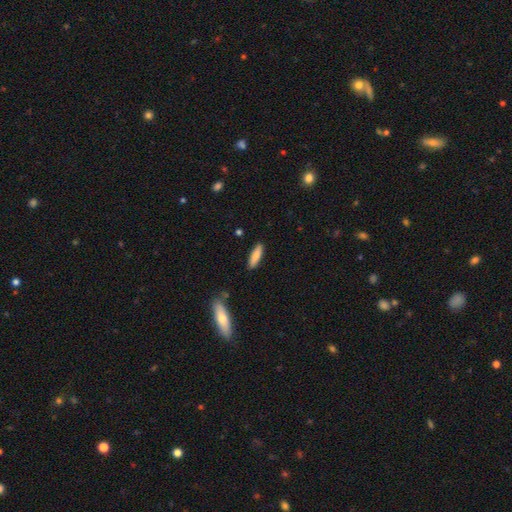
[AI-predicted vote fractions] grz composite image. It shows a smooth galaxy with no disk features (83%) that is cigar-shaped (66%). Merging: none (87%).